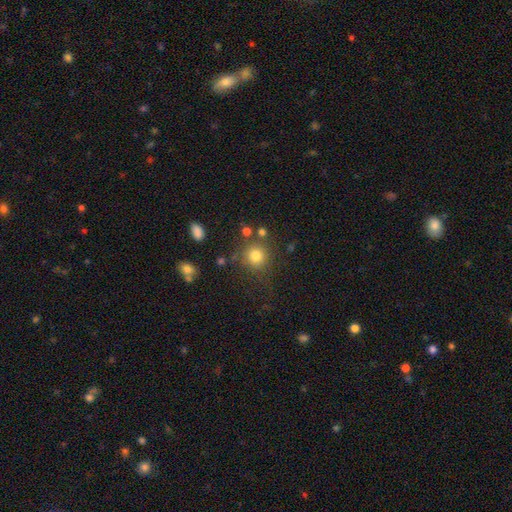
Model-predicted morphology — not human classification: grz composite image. It shows a smooth galaxy with no disk features (79%) that is round (91%). Merging: none (77%).